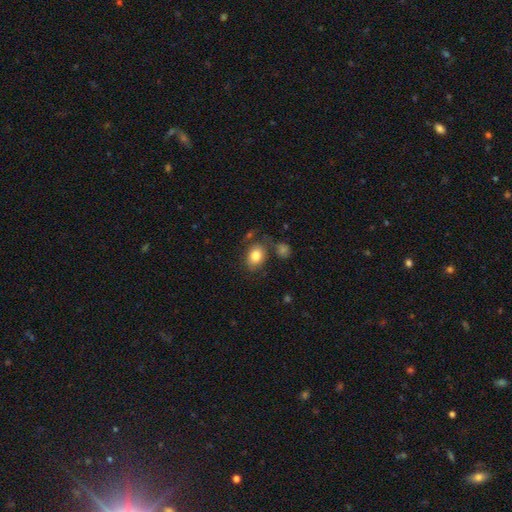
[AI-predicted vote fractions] This is clearly a smooth galaxy (82%). How rounded: likely in between (68%). Merging: likely none (68%).